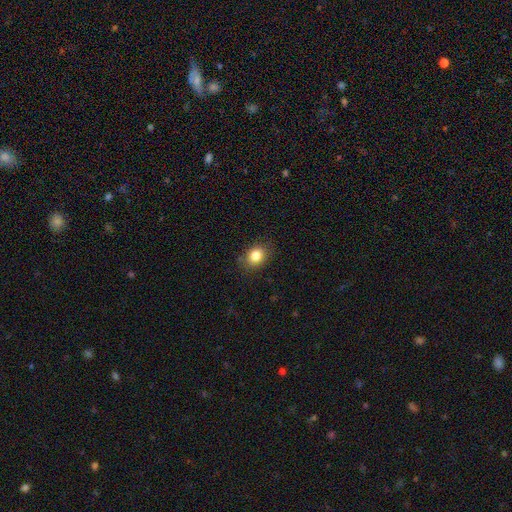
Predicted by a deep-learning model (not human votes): The model was most divided on "how rounded": round: 51%, in between: 48%, cigar-shaped: 1%. More confident: smooth or featured — smooth (84%); merging — none (84%).